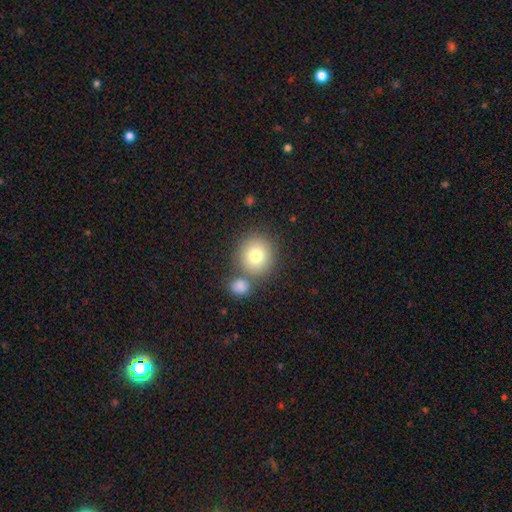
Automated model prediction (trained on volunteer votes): Smooth or featured? smooth (78%)
How rounded? round (90%)
Merging? none (70%)